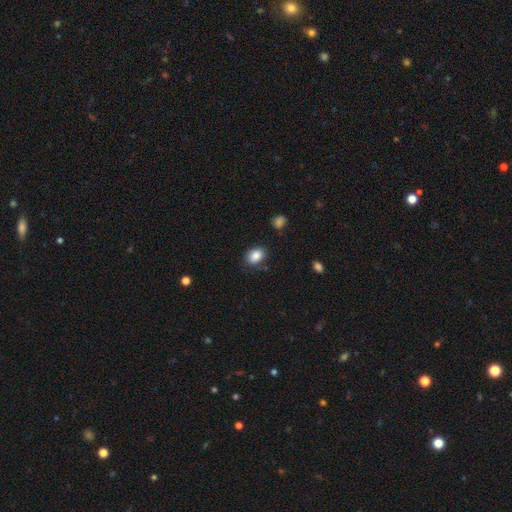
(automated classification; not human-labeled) smooth-or-featured: smooth: 87% | star or artifact: 9% | featured or disk: 5%
  how-rounded: in between: 71% | round: 28% | cigar-shaped: 1%
  merging: none: 81% | minor disturbance: 13% | major disturbance: 3% | merger: 2%